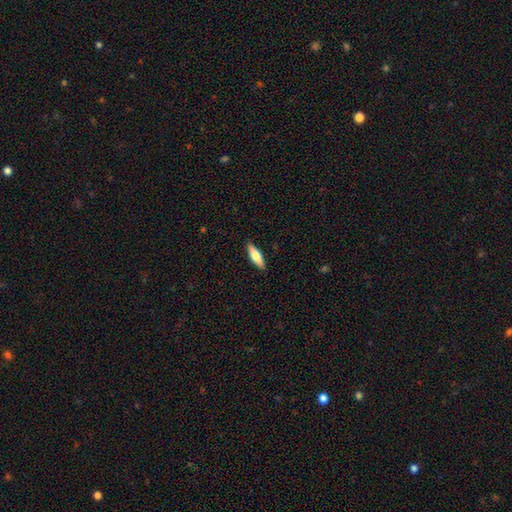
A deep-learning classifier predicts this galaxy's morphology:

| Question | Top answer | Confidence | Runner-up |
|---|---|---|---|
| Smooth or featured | smooth | 65% | featured or disk (30%) |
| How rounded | cigar-shaped | 58% | in between (40%) |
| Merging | none | 90% | minor disturbance (8%) |